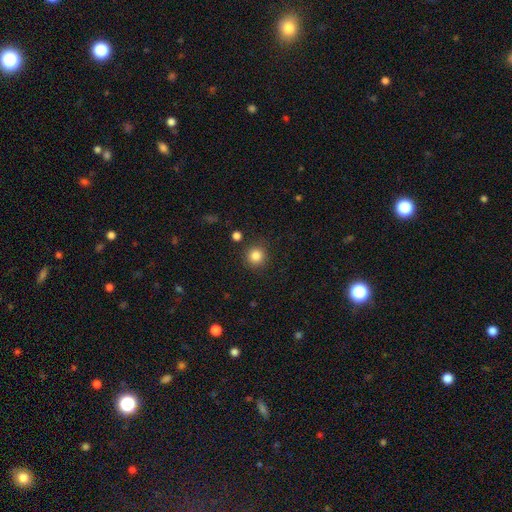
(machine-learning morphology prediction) This appears to be a smooth galaxy with no disk features (84%) that is round (94%). Merging: none (88%).